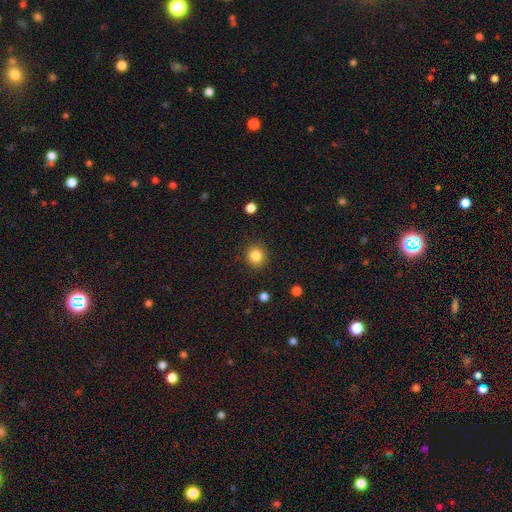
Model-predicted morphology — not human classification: type=smooth (85%); roundness=round (89%); merging=none (90%).